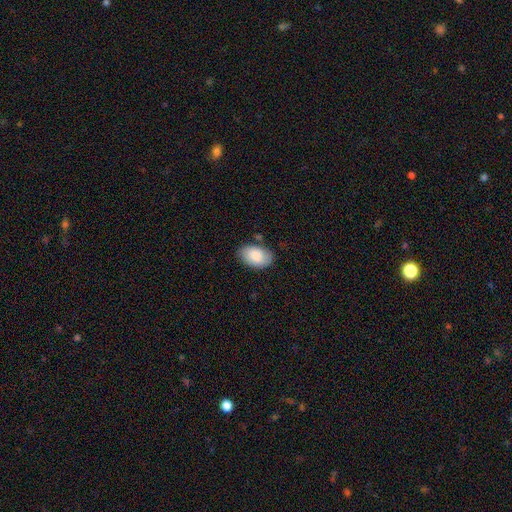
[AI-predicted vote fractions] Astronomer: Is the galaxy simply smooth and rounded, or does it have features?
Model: smooth — 81%.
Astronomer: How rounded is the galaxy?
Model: in between — 91%.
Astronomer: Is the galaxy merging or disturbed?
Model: none — 75%.